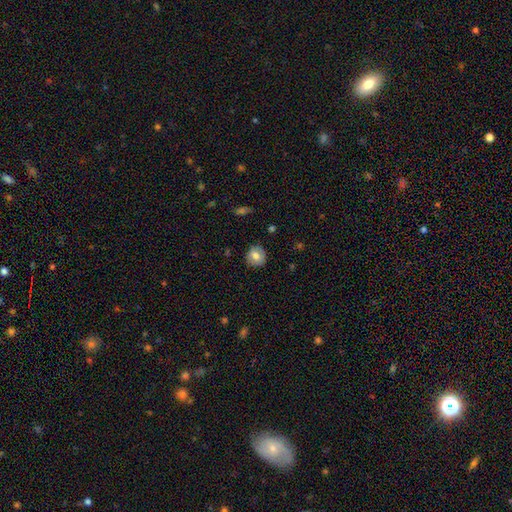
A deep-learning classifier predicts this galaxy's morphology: smooth_or_featured: smooth (p=0.69) [alt: featured or disk p=0.23]
how_rounded: round (p=0.85) [alt: in between p=0.14]
merging: none (p=0.86) [alt: minor disturbance p=0.11]